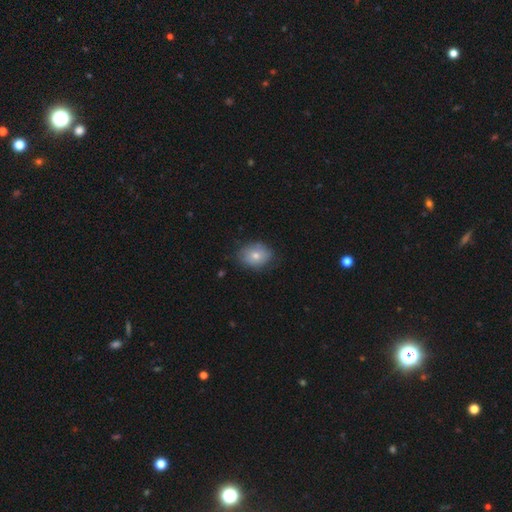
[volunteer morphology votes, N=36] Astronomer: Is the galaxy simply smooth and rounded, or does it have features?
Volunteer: smooth — 81%.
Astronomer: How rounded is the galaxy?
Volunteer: in between — 66%.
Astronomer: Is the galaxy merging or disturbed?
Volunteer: none — 77%.